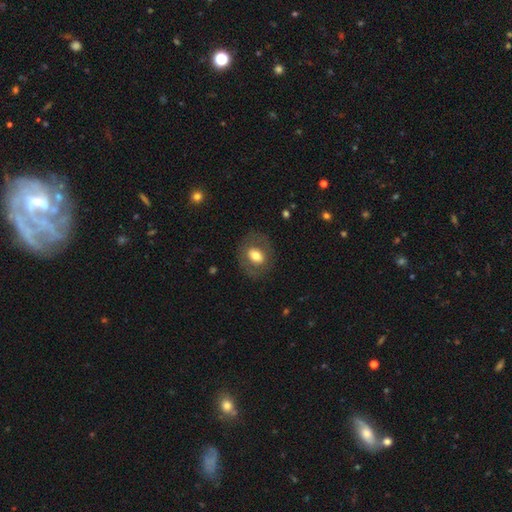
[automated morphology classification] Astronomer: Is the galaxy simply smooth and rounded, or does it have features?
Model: smooth — 61%.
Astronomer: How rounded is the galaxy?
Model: in between — 57% (runner-up: round, 42%).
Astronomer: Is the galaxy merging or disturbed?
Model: none — 79%.